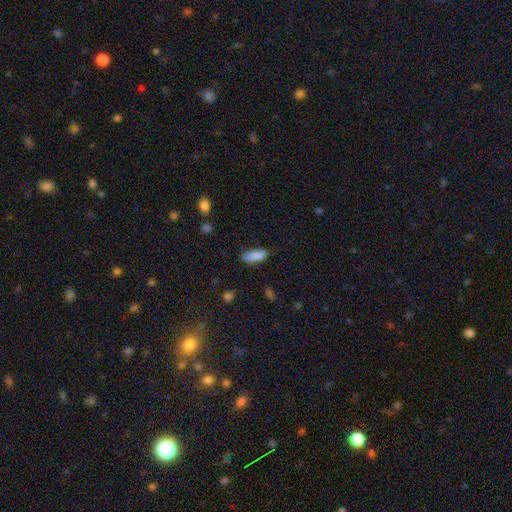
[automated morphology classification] smooth-or-featured: smooth: 88% | star or artifact: 8% | featured or disk: 4%
  how-rounded: in between: 77% | cigar-shaped: 21% | round: 2%
  merging: none: 79% | minor disturbance: 16% | major disturbance: 3% | merger: 2%